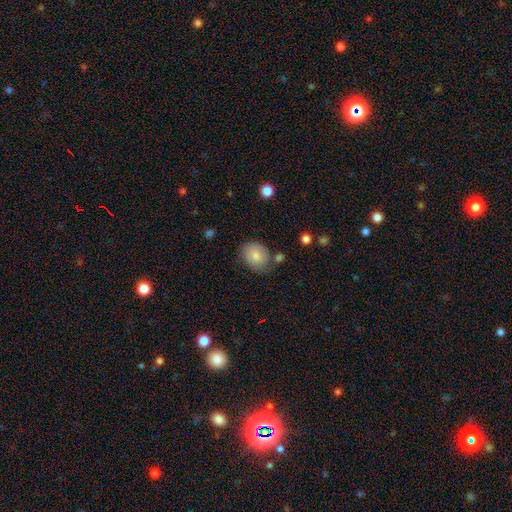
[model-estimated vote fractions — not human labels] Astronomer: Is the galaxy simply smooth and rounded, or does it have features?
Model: smooth — 81%.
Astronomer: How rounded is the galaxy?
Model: round — 53% (runner-up: in between, 46%).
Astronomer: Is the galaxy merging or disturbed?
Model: none — 68%.